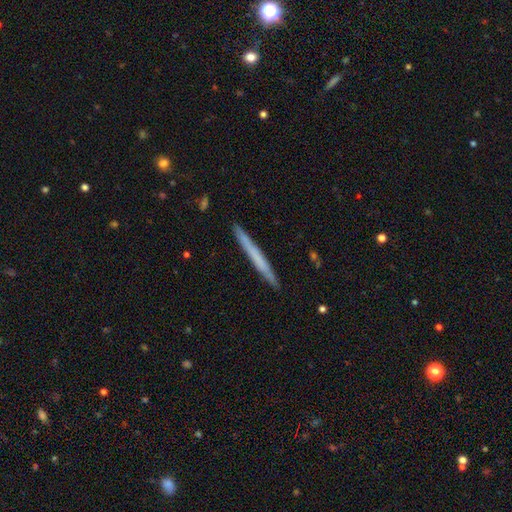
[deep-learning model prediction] smooth-or-featured: smooth: 55% | featured or disk: 39% | star or artifact: 6%
  how-rounded: cigar-shaped: 97% | in between: 1% | round: 1%
  merging: none: 91% | minor disturbance: 6% | major disturbance: 1% | merger: 1%